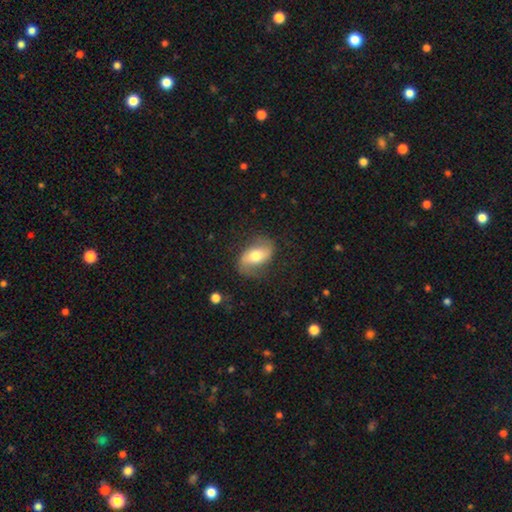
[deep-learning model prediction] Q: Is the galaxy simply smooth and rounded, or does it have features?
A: featured or disk — 54%.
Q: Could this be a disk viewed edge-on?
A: no — 92%.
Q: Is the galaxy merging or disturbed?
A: none — 72%.